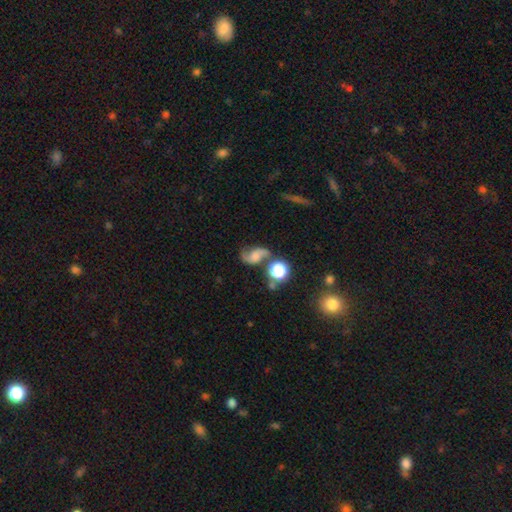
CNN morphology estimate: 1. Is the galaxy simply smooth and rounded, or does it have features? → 69% featured or disk, 19% smooth, 12% star or artifact.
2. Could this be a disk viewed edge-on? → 97% no, 3% yes.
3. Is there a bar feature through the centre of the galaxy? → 56% no, 35% weak, 9% strong.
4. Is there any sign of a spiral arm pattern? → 94% yes, 6% no.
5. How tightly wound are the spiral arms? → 68% loose, 26% medium, 6% tight.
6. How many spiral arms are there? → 91% 2, 4% 1, 3% can't tell, 1% 3, 1% 4, 1% more than 4.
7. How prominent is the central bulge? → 39% none, 24% small, 22% moderate, 12% large, 4% dominant.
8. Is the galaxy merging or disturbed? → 55% none, 19% minor disturbance, 15% merger, 11% major disturbance.